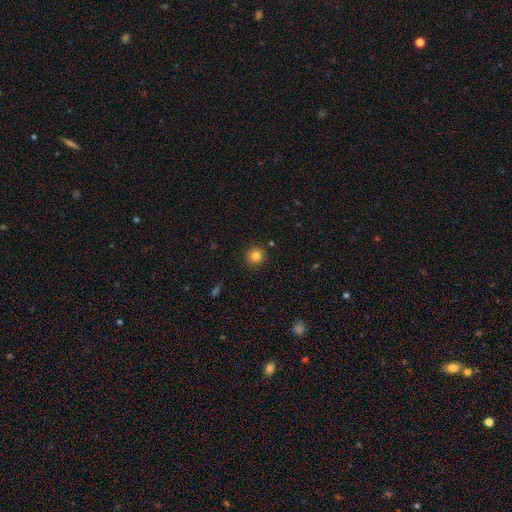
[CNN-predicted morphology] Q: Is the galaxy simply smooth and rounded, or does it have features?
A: smooth — 83%.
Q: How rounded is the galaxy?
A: round — 94%.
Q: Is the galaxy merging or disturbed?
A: none — 90%.